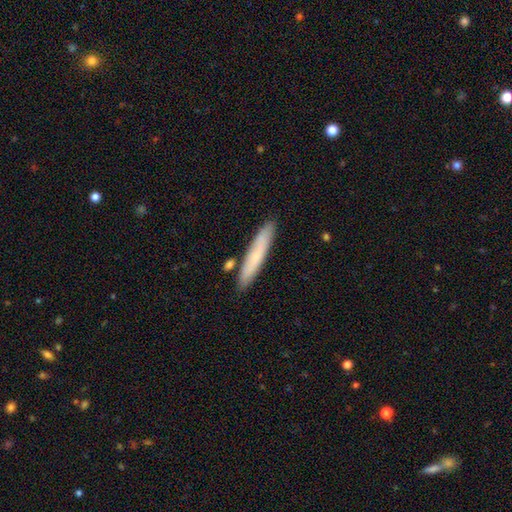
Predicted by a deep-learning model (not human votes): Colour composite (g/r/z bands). It shows a smooth galaxy with no disk features (66%) that is cigar-shaped (92%). Merging: none (85%).